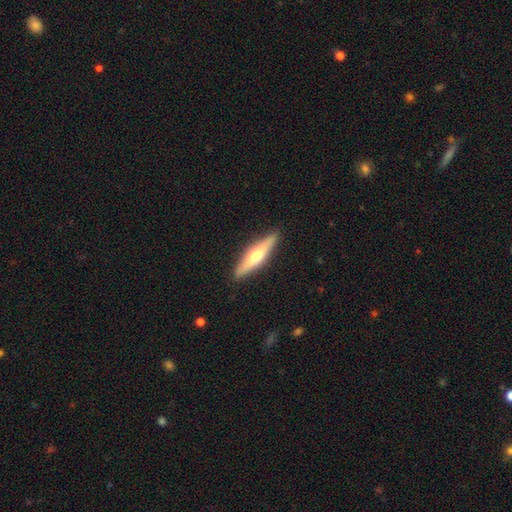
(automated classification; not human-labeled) Q: Smooth or featured?
A: featured or disk (54%); runner-up: smooth (41%)
Q: Edge-on disk?
A: yes (94%); runner-up: no (6%)
Q: Edge-on bulge?
A: rounded (88%); runner-up: none (6%)
Q: Merging?
A: none (90%); runner-up: minor disturbance (8%)